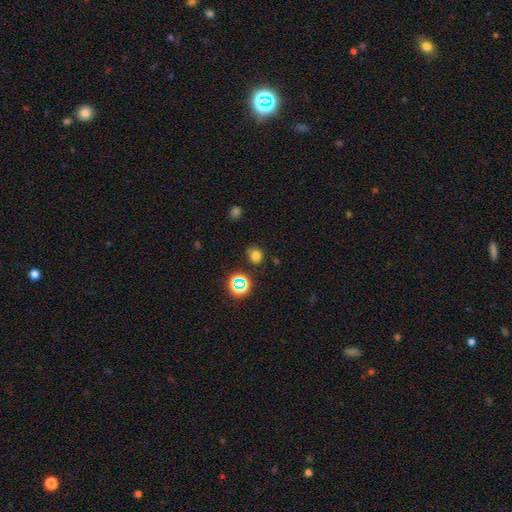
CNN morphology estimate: type=smooth (73%); roundness=round (76%); merging=none (81%).